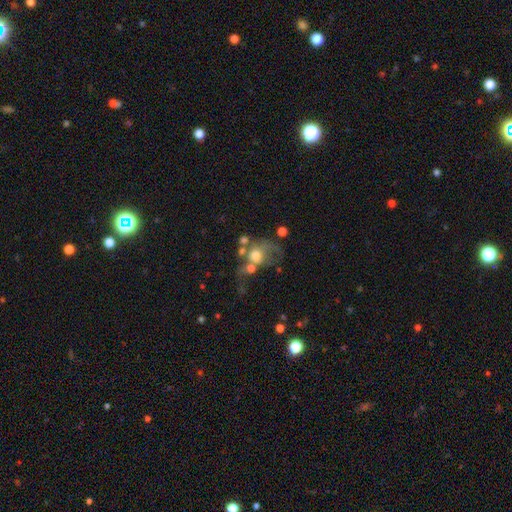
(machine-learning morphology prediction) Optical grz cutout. It shows a smooth galaxy with no disk features (50%). Merging: merger (39%).